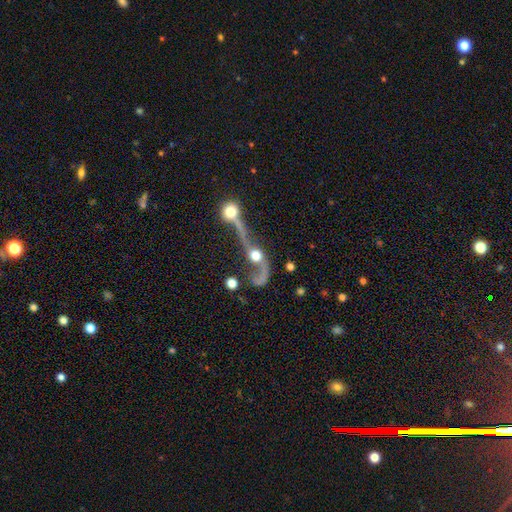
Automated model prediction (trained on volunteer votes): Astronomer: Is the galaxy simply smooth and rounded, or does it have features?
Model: featured or disk — 67%.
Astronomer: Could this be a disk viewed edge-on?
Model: no — 86%.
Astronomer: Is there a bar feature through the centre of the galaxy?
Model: no — 77%.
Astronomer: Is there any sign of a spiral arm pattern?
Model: yes — 74%.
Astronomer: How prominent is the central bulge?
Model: moderate — 48% (runner-up: large, 27%).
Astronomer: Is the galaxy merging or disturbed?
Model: merger — 43% (runner-up: major disturbance, 24%).